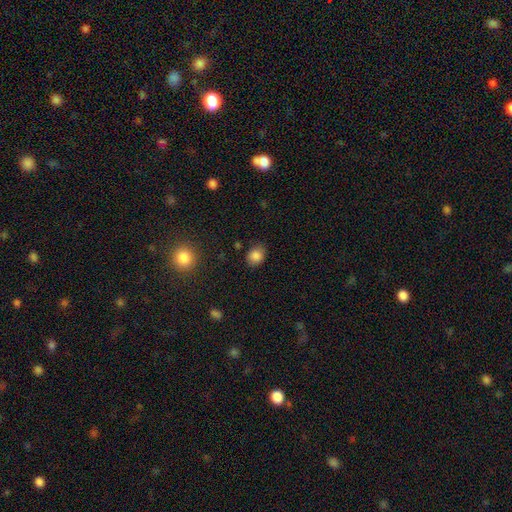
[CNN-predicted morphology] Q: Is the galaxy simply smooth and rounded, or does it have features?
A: smooth — 85%.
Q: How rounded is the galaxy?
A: round — 56%.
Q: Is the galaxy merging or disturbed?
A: none — 82%.